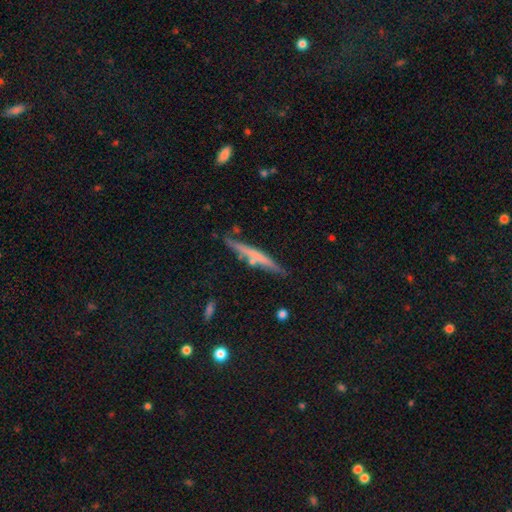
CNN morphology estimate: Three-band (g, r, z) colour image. It shows a featured or disk galaxy (49%). Merging: none (81%).